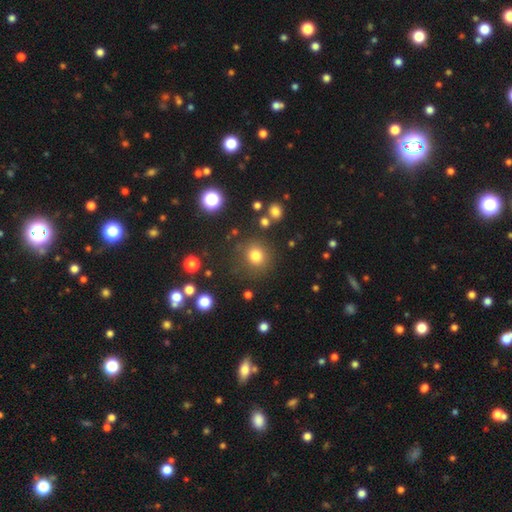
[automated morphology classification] smooth_or_featured: smooth (p=0.78) [alt: star or artifact p=0.15]
how_rounded: round (p=0.89) [alt: in between p=0.10]
merging: none (p=0.82) [alt: minor disturbance p=0.09]